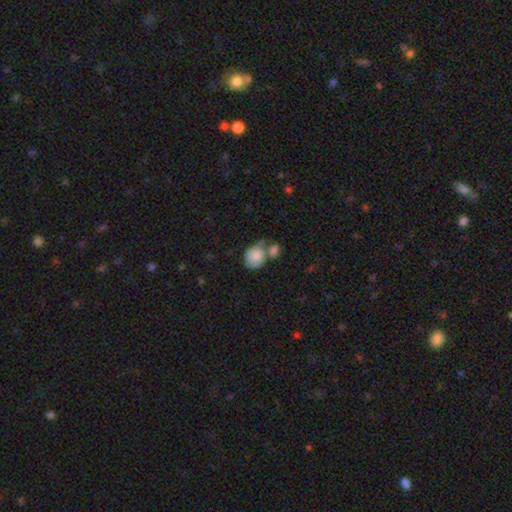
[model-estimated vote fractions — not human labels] Smooth or featured? Predicted: smooth (p=0.81). How rounded? Predicted: round (p=0.52). Merging? Predicted: merger (p=0.45).